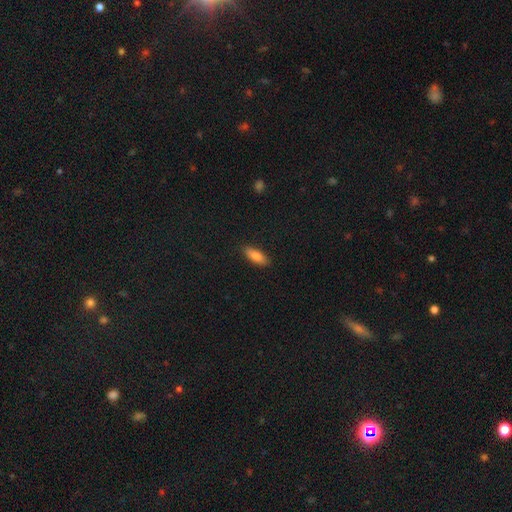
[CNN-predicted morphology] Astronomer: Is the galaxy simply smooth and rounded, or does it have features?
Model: smooth — 81%.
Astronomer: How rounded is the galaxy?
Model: in between — 70%.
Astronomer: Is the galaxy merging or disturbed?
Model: none — 88%.